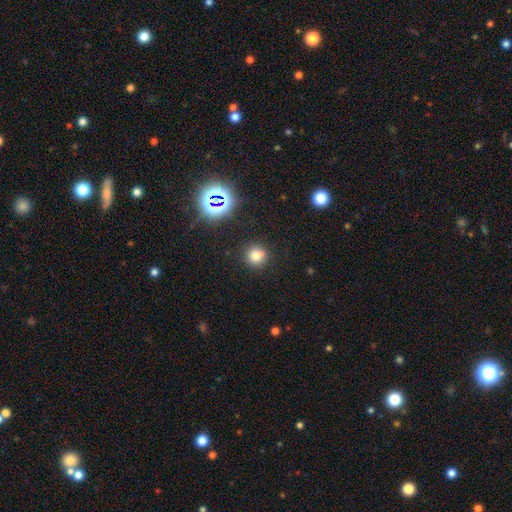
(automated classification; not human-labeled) A smooth galaxy with no disk features (74%) that is round (91%). Merging: none (81%).